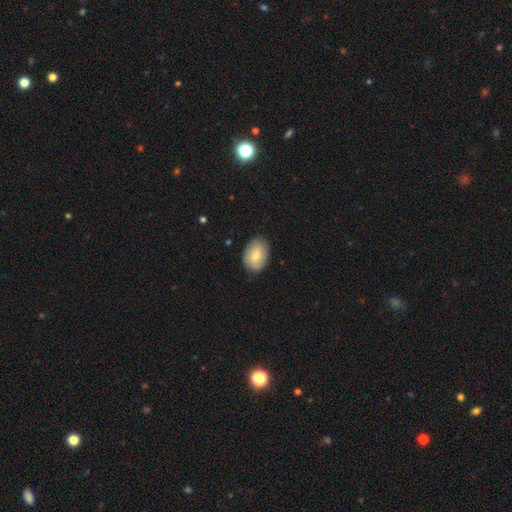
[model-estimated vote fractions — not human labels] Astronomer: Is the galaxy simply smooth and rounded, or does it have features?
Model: smooth — 68%.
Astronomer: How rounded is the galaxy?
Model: in between — 82%.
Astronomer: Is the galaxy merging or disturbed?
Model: none — 81%.